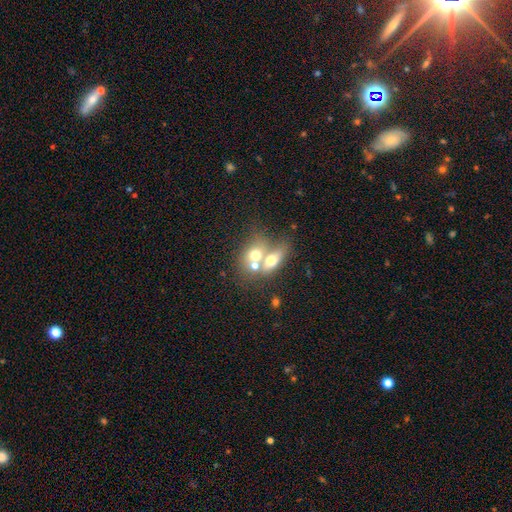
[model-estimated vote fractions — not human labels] This is likely a smooth galaxy (60%). How rounded: possibly in between (58%). Merging: likely merger (69%).